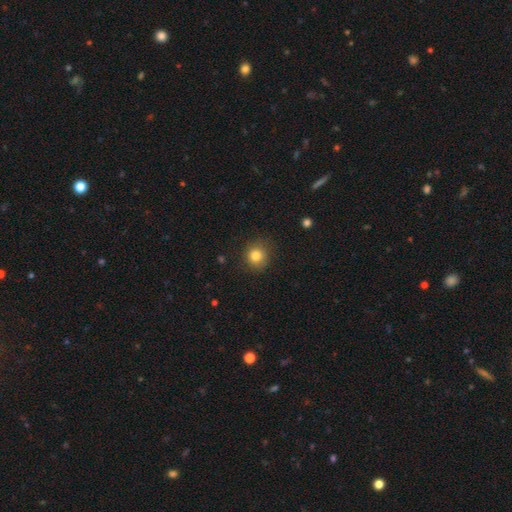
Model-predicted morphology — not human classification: Smooth or featured: smooth — 82% (star or artifact — 11%)
How rounded: round — 87% (in between — 12%)
Merging: none — 84% (minor disturbance — 11%)